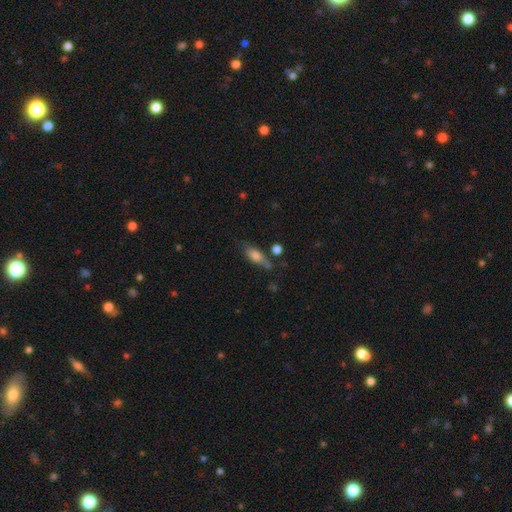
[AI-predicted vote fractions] Overall: smooth (72%). How rounded: in between (69%). Merging: none (56%; minor disturbance 25%).